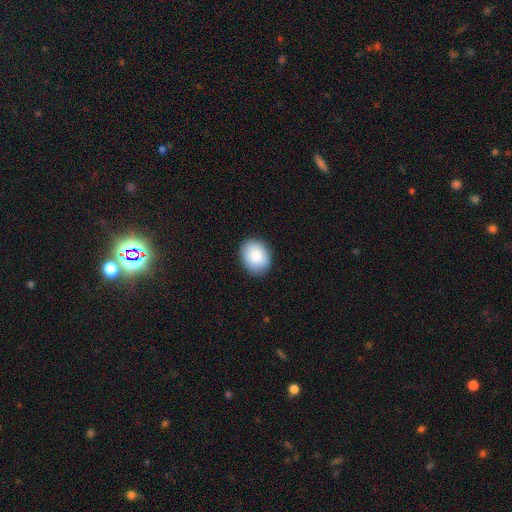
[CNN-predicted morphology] smooth 88%, star or artifact 6%, featured or disk 6%. Down the decision tree: how rounded — in between (58%); merging — none (88%).